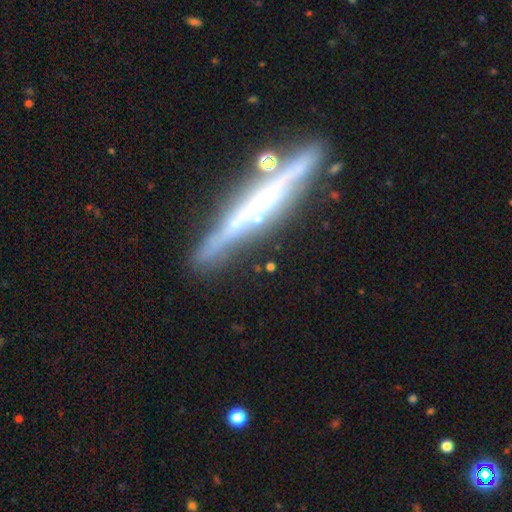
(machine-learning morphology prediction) Smooth or featured? featured or disk (77%)
Edge-on disk? yes (95%)
Edge-on bulge? none (52%)
Merging? none (82%)